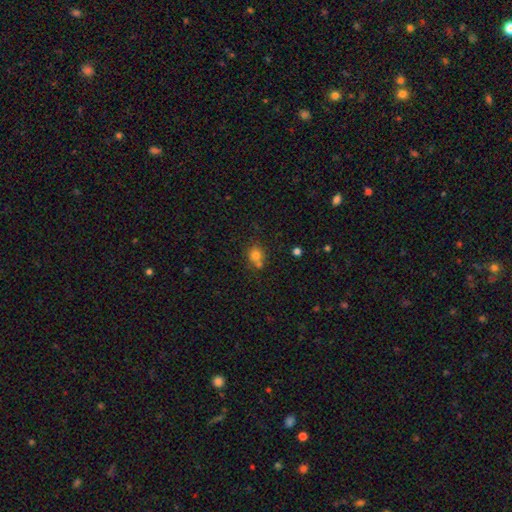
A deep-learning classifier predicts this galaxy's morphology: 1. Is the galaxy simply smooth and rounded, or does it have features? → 77% smooth, 13% star or artifact, 9% featured or disk.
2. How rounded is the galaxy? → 75% round, 24% in between, 1% cigar-shaped.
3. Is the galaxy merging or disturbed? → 53% none, 30% merger, 13% minor disturbance, 4% major disturbance.